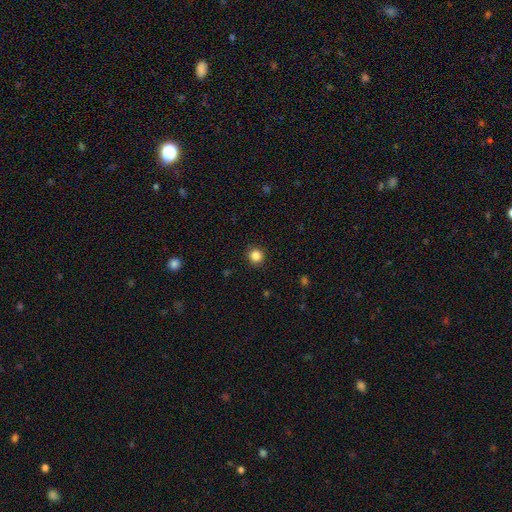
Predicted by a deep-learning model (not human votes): A smooth galaxy with no disk features (85%) that is round (93%).

Vote fractions:
- Smooth or featured? smooth: 85% / star or artifact: 11% / featured or disk: 4%
- How rounded? round: 93% / in between: 6% / cigar-shaped: 1%
- Merging? none: 91% / minor disturbance: 6% / major disturbance: 2% / merger: 1%